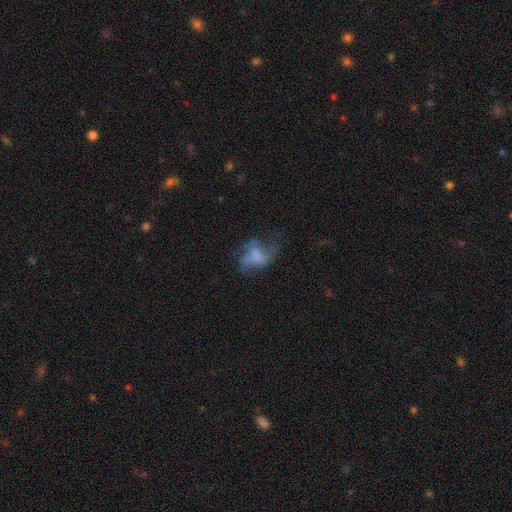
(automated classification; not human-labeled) smooth_or_featured: featured or disk (p=0.48) [alt: smooth p=0.40]
merging: major disturbance (p=0.42) [alt: none p=0.33]